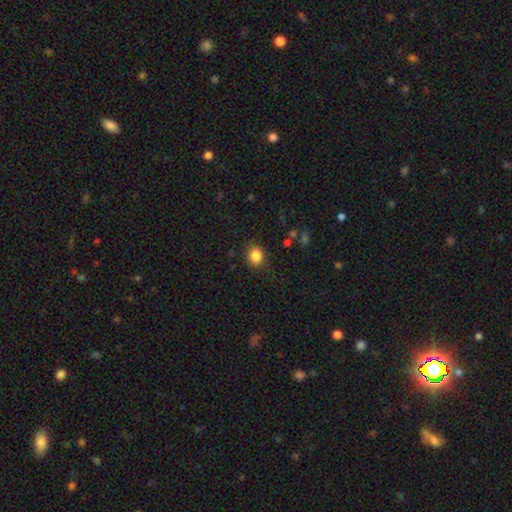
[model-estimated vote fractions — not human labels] Overall: smooth (85%). How rounded: round (73%). Merging: none (83%).